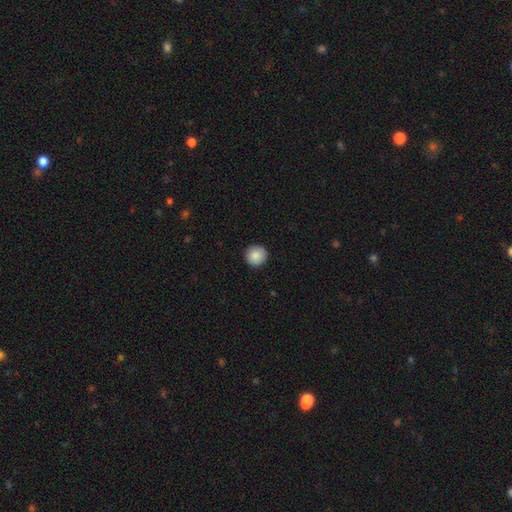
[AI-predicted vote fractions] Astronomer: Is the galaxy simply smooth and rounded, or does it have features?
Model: smooth — 87%.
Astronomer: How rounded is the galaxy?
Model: round — 95%.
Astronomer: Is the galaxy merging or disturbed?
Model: none — 92%.